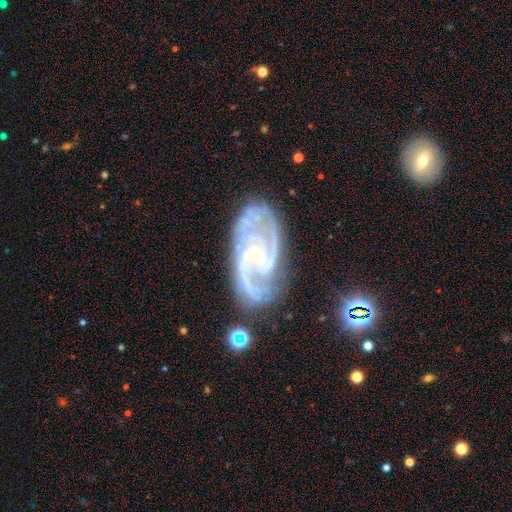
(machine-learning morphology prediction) Smooth or featured: featured or disk — 90% (star or artifact — 6%)
Edge-on disk: no — 97% (yes — 3%)
Bar: no — 63% (weak — 28%)
Spiral arms: yes — 98% (no — 2%)
Spiral winding: tight — 52% (medium — 41%)
Spiral arm count: 2 — 38% (3 — 29%)
Bulge size: small — 83% (moderate — 12%)
Merging: none — 71% (minor disturbance — 19%)